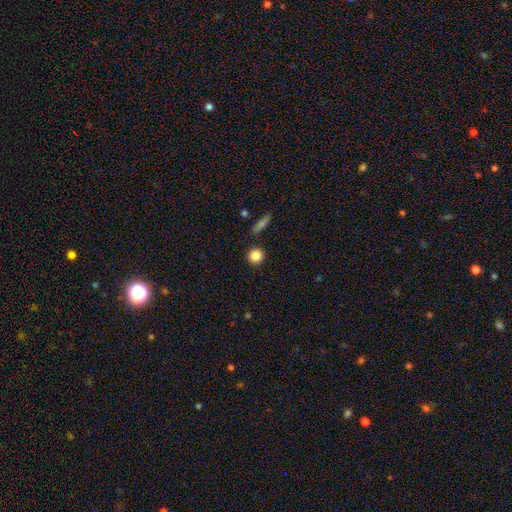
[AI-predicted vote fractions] Overall: smooth (85%). How rounded: round (93%). Merging: none (89%).